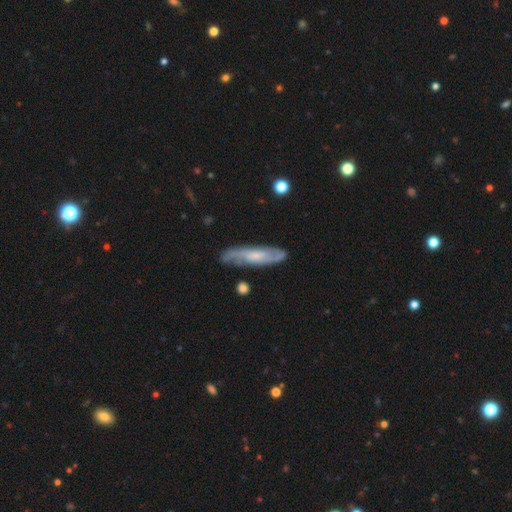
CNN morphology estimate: This appears to be a featured or disk galaxy (70%) with no bar (57%), spiral arms (92%) and a small central bulge (48%). Merging: none (76%).